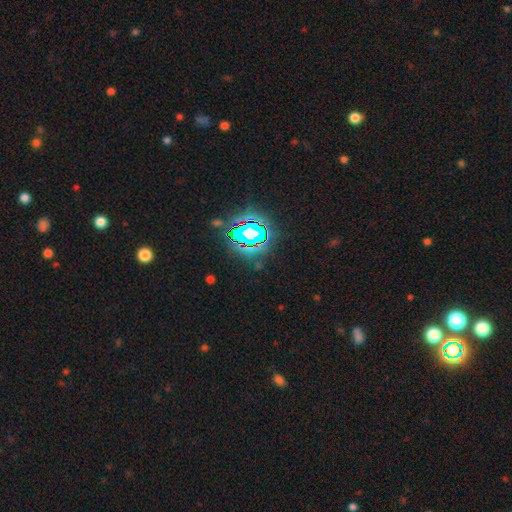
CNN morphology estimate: Q: Smooth or featured?
A: star or artifact (83%); runner-up: smooth (10%)